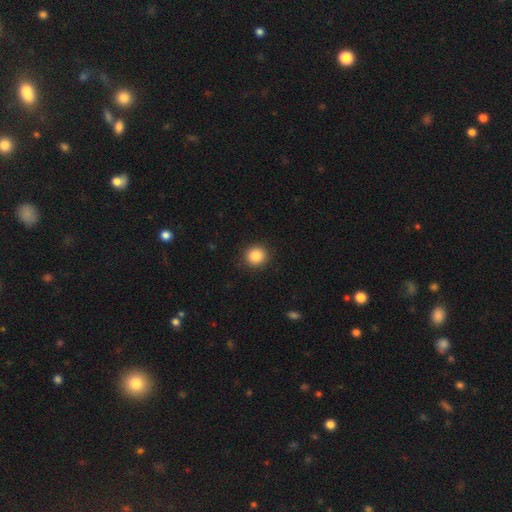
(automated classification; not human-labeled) Smooth or featured? Predicted: smooth (p=0.86). How rounded? Predicted: round (p=0.90). Merging? Predicted: none (p=0.90).